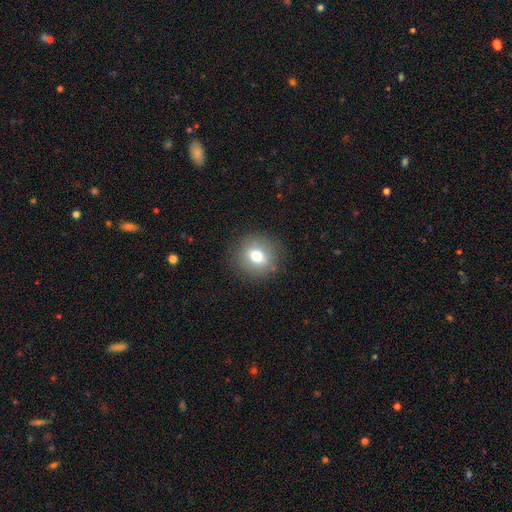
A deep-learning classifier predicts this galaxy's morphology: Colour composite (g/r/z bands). It shows a smooth galaxy with no disk features (73%) that is round (80%). Merging: none (87%).